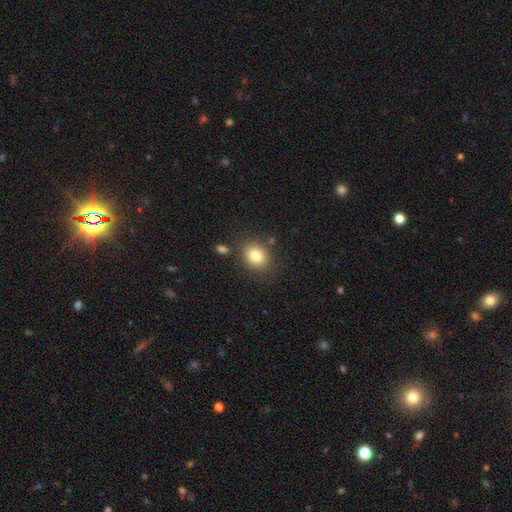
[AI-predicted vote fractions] The model was most divided on "how rounded": round: 60%, in between: 39%, cigar-shaped: 1%. More confident: smooth or featured — smooth (81%); merging — none (80%).